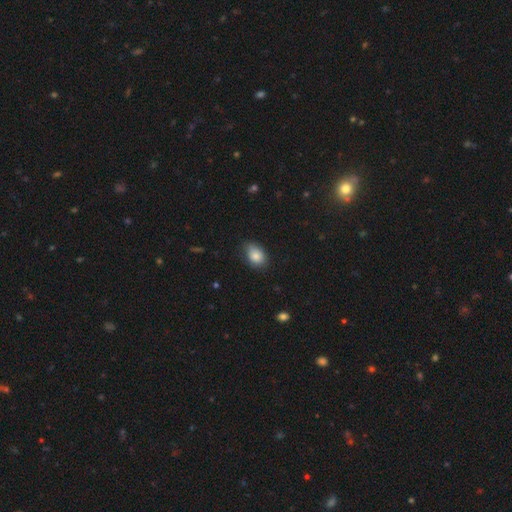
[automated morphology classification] Smooth or featured? smooth (84%)
How rounded? in between (75%)
Merging? none (68%)